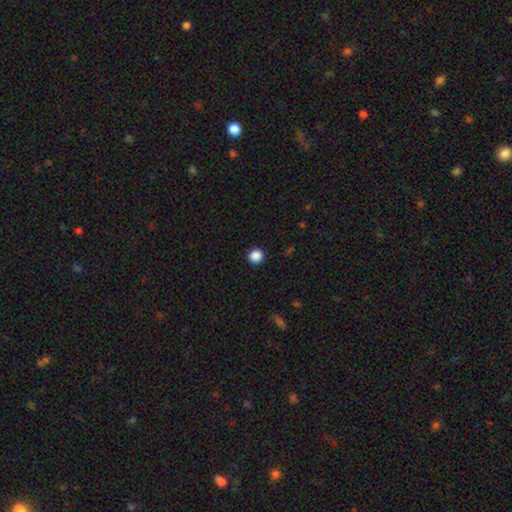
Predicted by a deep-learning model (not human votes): Q: Smooth or featured?
A: smooth (87%); runner-up: star or artifact (11%)
Q: How rounded?
A: round (92%); runner-up: in between (7%)
Q: Merging?
A: none (93%); runner-up: minor disturbance (5%)